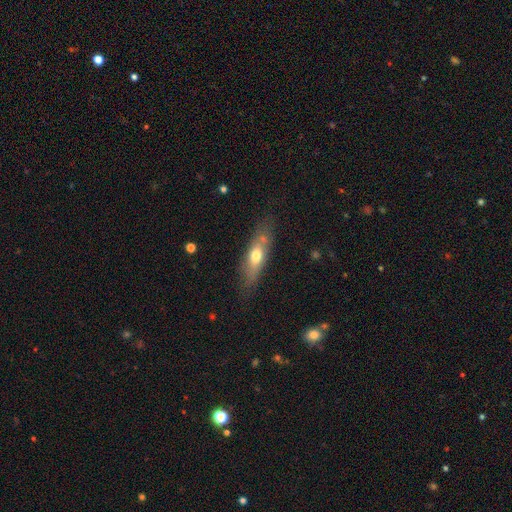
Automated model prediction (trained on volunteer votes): This is possibly a smooth galaxy (56%). How rounded: possibly in between (51%). Merging: likely none (70%).